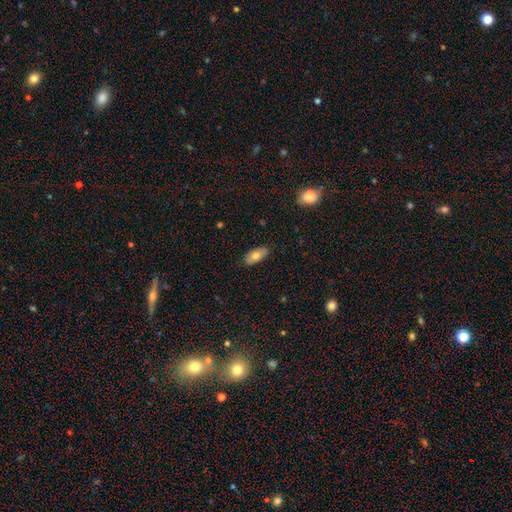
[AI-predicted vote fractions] This is likely a smooth galaxy (73%). How rounded: clearly in between (89%). Merging: clearly none (86%).